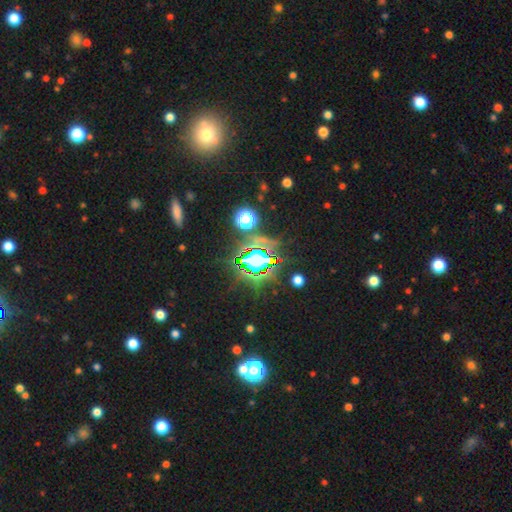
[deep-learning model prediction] Q: Smooth or featured?
A: star or artifact (80%); runner-up: smooth (12%)